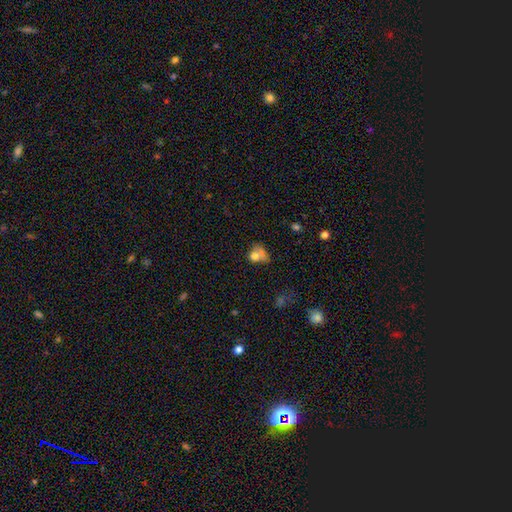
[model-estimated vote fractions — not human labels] Smooth or featured?
  - smooth: 72% *
  - featured or disk: 15%
  - star or artifact: 13%
How rounded?
  - round: 55% *
  - in between: 43%
  - cigar-shaped: 2%
Merging?
  - none: 30% *
  - merger: 27%
  - minor disturbance: 22%
  - major disturbance: 21%